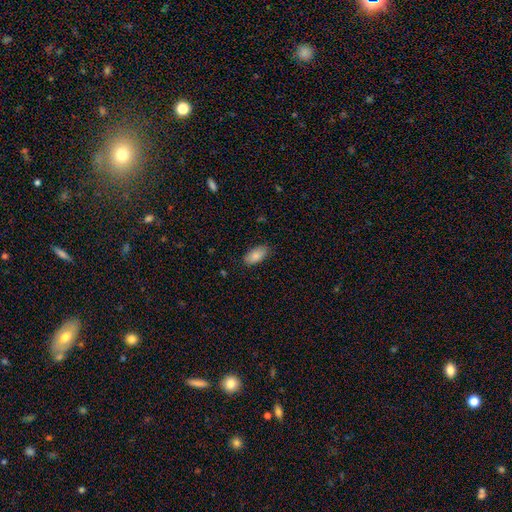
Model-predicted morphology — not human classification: Smooth or featured? Predicted: smooth (p=0.85). How rounded? Predicted: in between (p=0.92). Merging? Predicted: none (p=0.85).